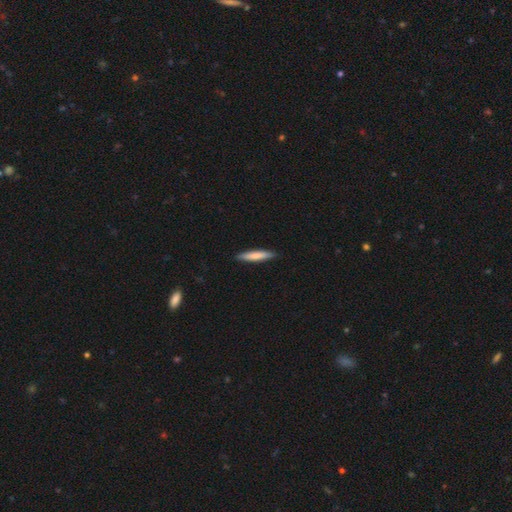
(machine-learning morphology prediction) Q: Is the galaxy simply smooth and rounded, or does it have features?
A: smooth — 77%.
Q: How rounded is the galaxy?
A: cigar-shaped — 91%.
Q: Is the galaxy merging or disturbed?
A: none — 90%.